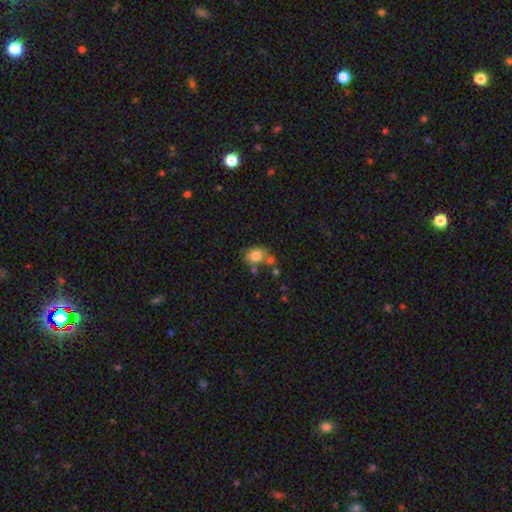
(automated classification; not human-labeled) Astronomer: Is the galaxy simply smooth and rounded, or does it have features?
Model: smooth — 79%.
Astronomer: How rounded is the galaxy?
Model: round — 57% (runner-up: in between, 42%).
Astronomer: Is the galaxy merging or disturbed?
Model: none — 54%.